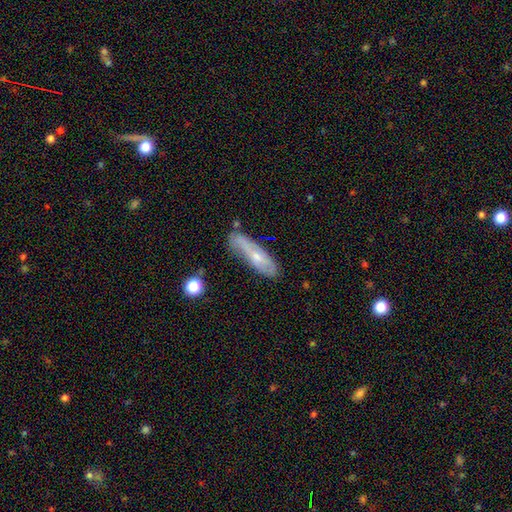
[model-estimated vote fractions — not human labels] Q: Smooth or featured?
A: featured or disk (49%); runner-up: smooth (44%)
Q: Merging?
A: none (63%); runner-up: minor disturbance (26%)